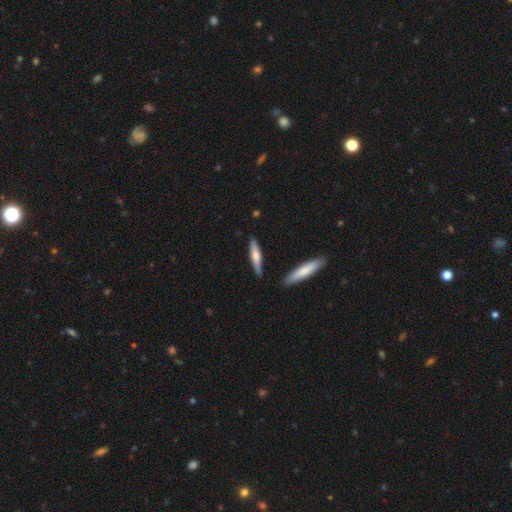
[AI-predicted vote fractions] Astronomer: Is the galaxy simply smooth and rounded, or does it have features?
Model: smooth — 57% (runner-up: featured or disk, 38%).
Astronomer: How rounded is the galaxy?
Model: cigar-shaped — 85%.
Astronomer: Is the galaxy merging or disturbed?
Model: none — 83%.